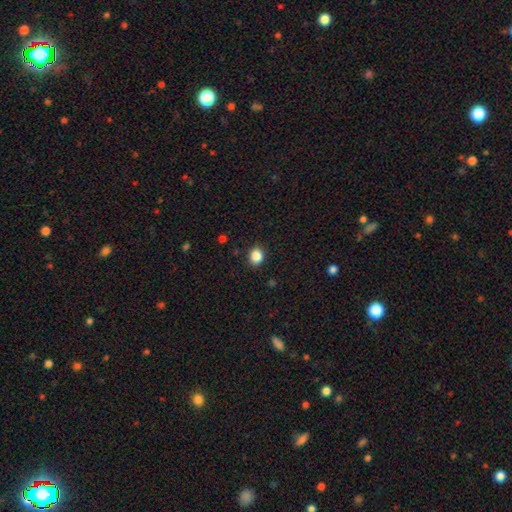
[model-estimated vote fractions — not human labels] smooth-or-featured: smooth: 87% | star or artifact: 10% | featured or disk: 3%
  how-rounded: round: 61% | in between: 38% | cigar-shaped: 1%
  merging: none: 88% | minor disturbance: 9% | major disturbance: 2% | merger: 1%